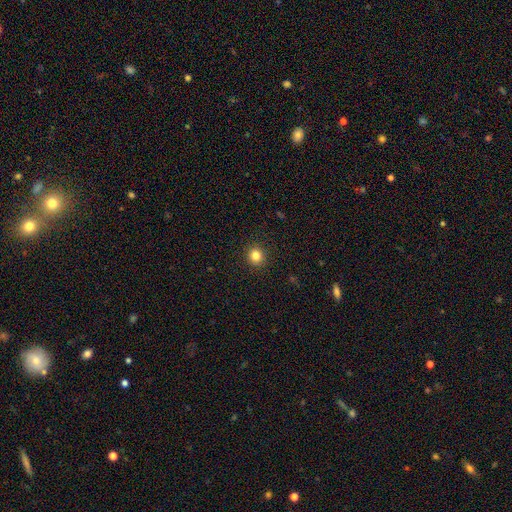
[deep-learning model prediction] A smooth galaxy with no disk features (83%) that is round (88%).

Vote fractions:
- Smooth or featured? smooth: 83% / star or artifact: 12% / featured or disk: 5%
- How rounded? round: 88% / in between: 11% / cigar-shaped: 1%
- Merging? none: 92% / minor disturbance: 5% / major disturbance: 2% / merger: 1%